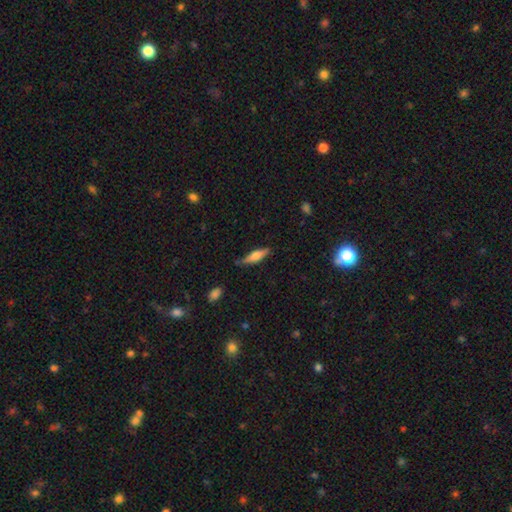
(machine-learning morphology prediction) A smooth galaxy with no disk features (58%) that is cigar-shaped (67%). Merging: none (75%).